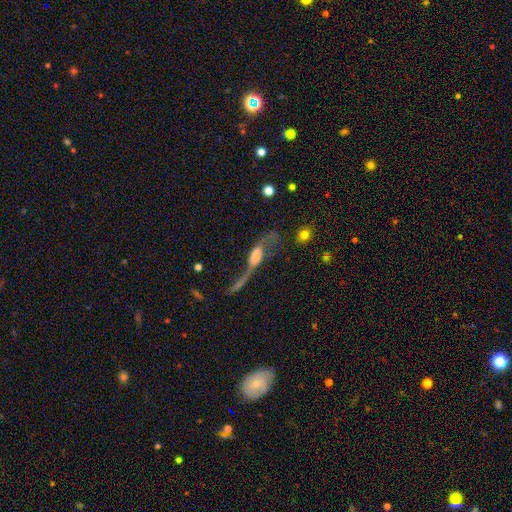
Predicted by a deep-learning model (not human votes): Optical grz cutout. It shows a featured or disk galaxy (61%). Merging: major disturbance (40%).